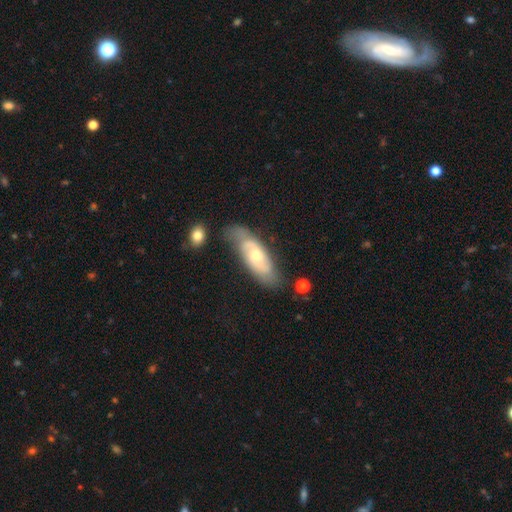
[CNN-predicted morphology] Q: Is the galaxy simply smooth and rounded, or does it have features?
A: featured or disk — 61%.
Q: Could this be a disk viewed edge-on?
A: no — 83%.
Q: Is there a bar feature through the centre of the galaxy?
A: no — 69%.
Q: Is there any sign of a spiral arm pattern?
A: yes — 74%.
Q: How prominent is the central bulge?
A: moderate — 62%.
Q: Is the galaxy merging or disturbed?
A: none — 58%.